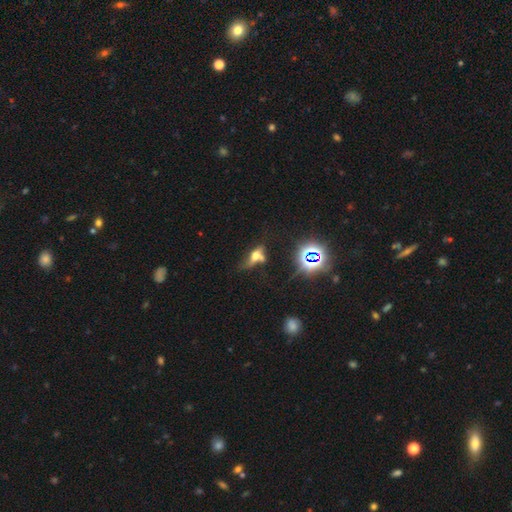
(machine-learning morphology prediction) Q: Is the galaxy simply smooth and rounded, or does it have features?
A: smooth — 42%.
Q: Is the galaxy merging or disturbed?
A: merger — 34%.